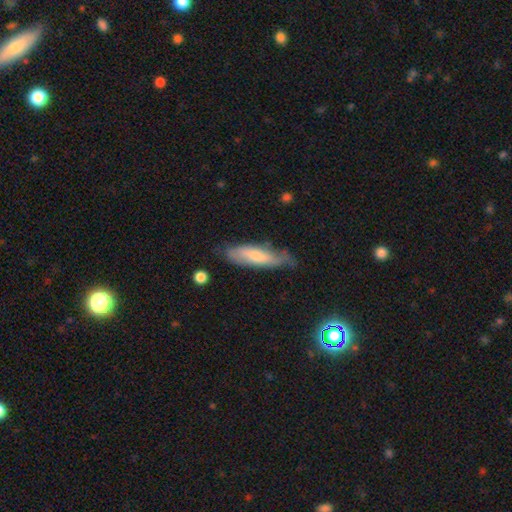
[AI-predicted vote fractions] Morphology: type=smooth (64%); roundness=cigar-shaped (58%); merging=none (56%).